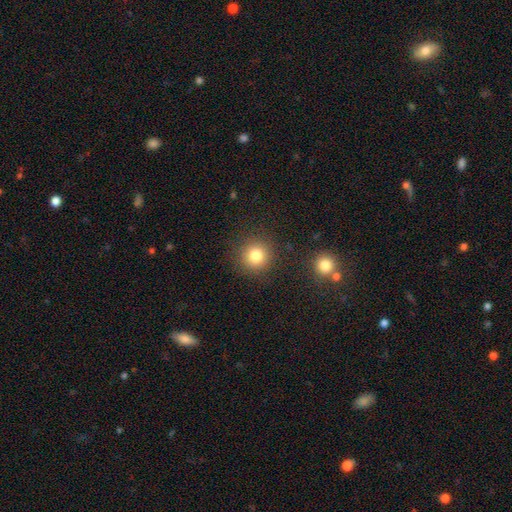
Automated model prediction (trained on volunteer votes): The model was most divided on "smooth or featured": smooth: 81%, star or artifact: 12%, featured or disk: 7%. More confident: how rounded — round (93%); merging — none (88%).